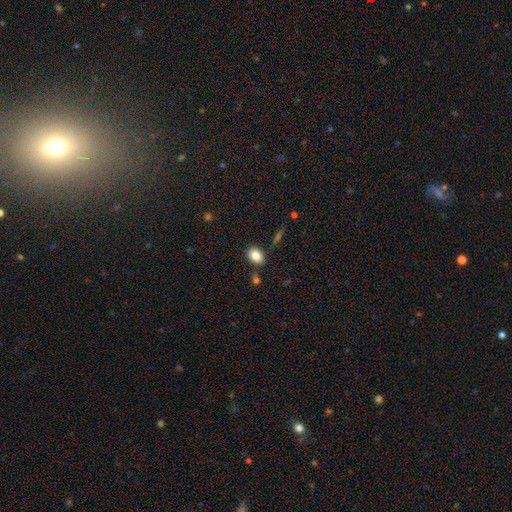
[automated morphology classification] A smooth galaxy with no disk features (85%) that is in between round and cigar-shaped (67%).

Vote fractions:
- Smooth or featured? smooth: 85% / star or artifact: 9% / featured or disk: 6%
- How rounded? in between: 67% / round: 32% / cigar-shaped: 1%
- Merging? none: 81% / minor disturbance: 11% / merger: 5% / major disturbance: 3%